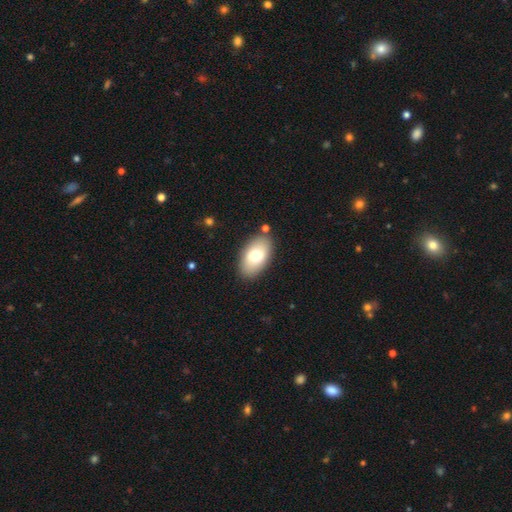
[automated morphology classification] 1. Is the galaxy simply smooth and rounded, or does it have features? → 74% smooth, 20% featured or disk, 7% star or artifact.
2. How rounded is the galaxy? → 94% in between, 4% round, 2% cigar-shaped.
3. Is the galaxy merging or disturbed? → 85% none, 10% minor disturbance, 3% merger, 3% major disturbance.